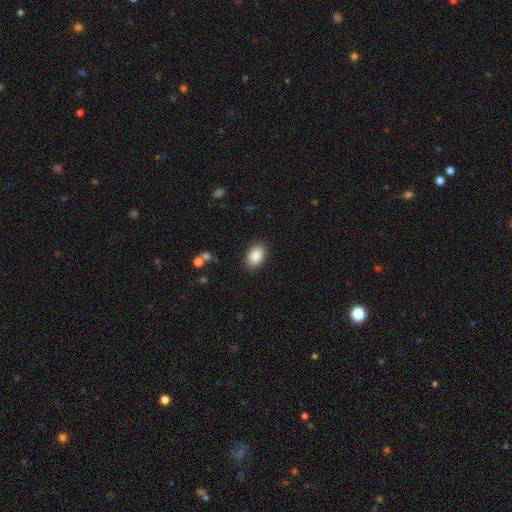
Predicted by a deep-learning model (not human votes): The model was most divided on "how rounded": in between: 87%, round: 12%, cigar-shaped: 1%. More confident: smooth or featured — smooth (88%); merging — none (88%).